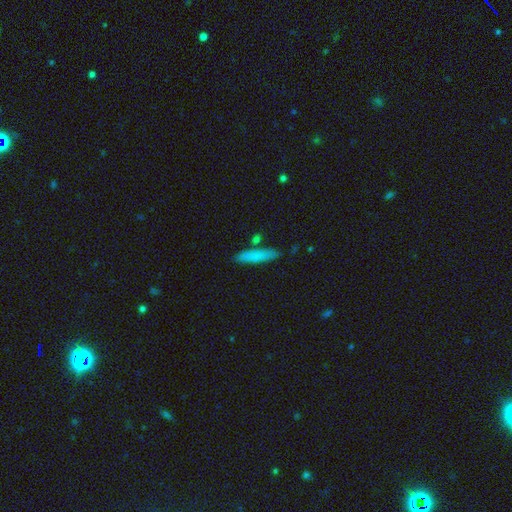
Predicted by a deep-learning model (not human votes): Overall: smooth (80%). How rounded: cigar-shaped (85%). Merging: none (82%).